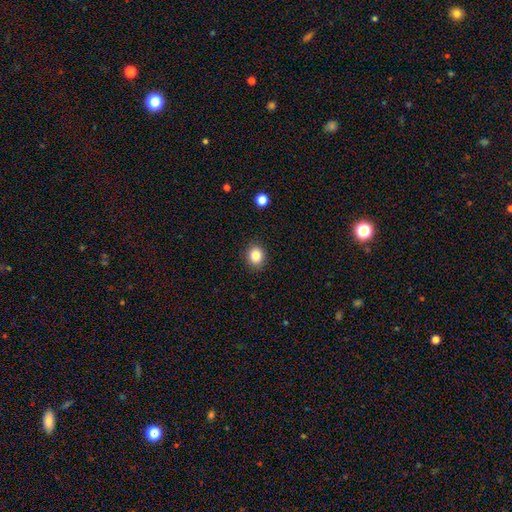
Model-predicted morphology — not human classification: Q: Smooth or featured?
A: smooth (85%); runner-up: star or artifact (10%)
Q: How rounded?
A: round (66%); runner-up: in between (33%)
Q: Merging?
A: none (89%); runner-up: minor disturbance (8%)